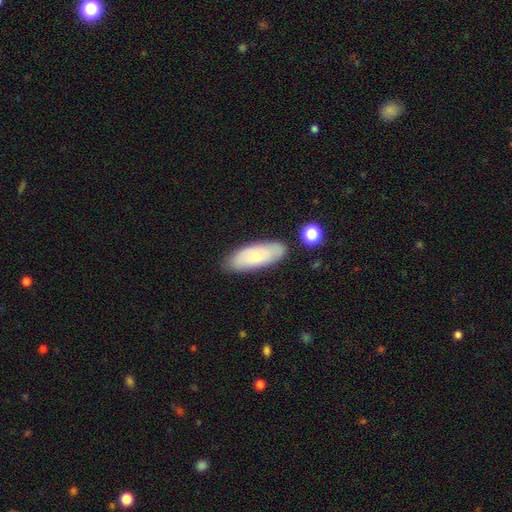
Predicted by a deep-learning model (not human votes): A smooth galaxy with no disk features (64%) that is in between round and cigar-shaped (72%).

Vote fractions:
- Smooth or featured? smooth: 64% / featured or disk: 29% / star or artifact: 7%
- How rounded? in between: 72% / cigar-shaped: 25% / round: 2%
- Merging? none: 79% / minor disturbance: 14% / merger: 3% / major disturbance: 3%